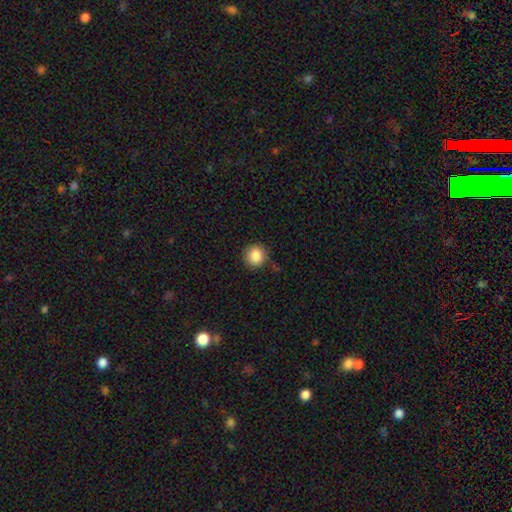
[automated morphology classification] Overall: smooth (86%). How rounded: round (91%). Merging: none (81%).